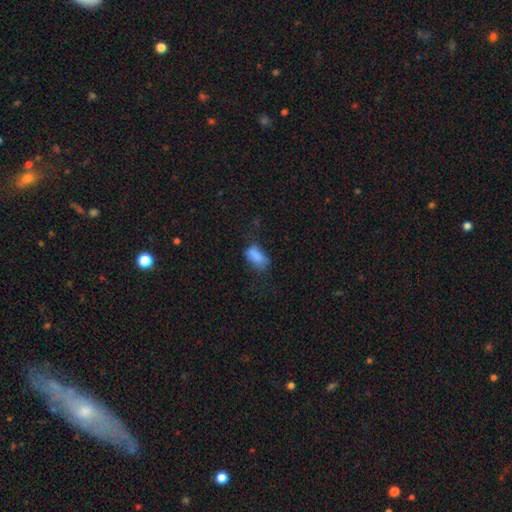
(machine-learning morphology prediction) smooth_or_featured: smooth (p=0.78) [alt: star or artifact p=0.11]
how_rounded: in between (p=0.90) [alt: round p=0.06]
merging: none (p=0.43) [alt: minor disturbance p=0.31]